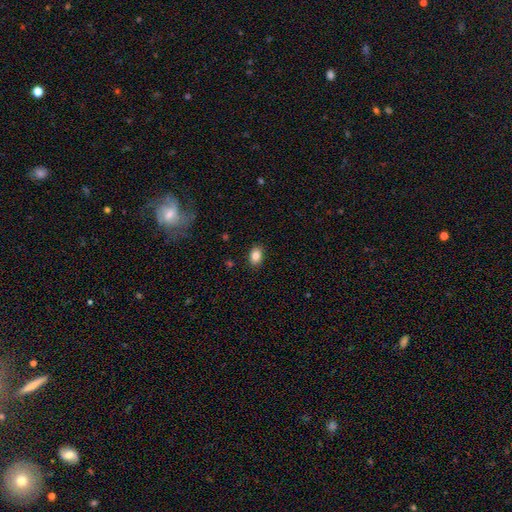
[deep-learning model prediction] Overall: smooth (85%). How rounded: in between (79%). Merging: none (88%).